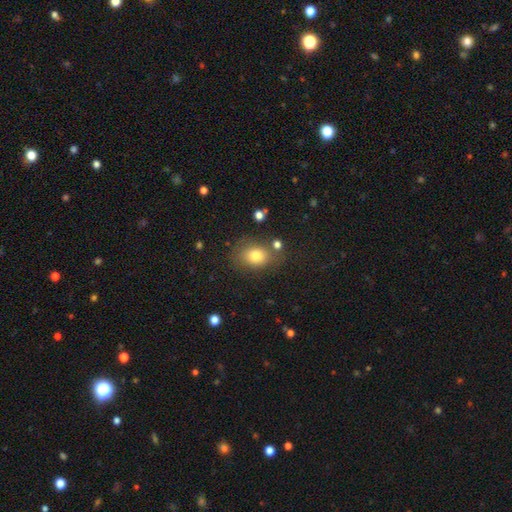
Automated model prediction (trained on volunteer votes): Q: Smooth or featured?
A: smooth (79%); runner-up: star or artifact (11%)
Q: How rounded?
A: in between (59%); runner-up: round (40%)
Q: Merging?
A: none (72%); runner-up: minor disturbance (15%)